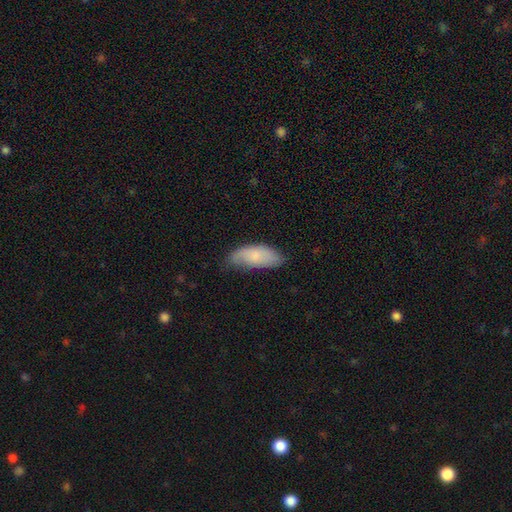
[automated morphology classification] Overall: smooth (76%). How rounded: in between (85%). Merging: none (61%; minor disturbance 31%).